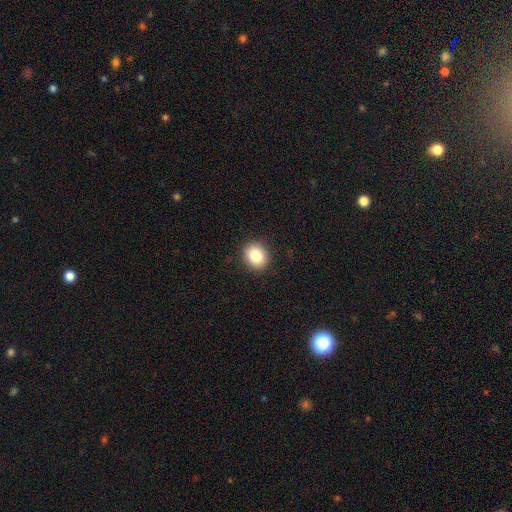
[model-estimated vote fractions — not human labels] Overall: smooth (85%). How rounded: round (66%; in between 33%). Merging: none (90%).